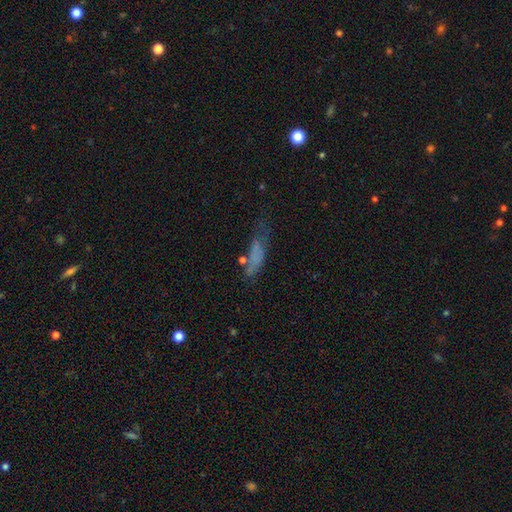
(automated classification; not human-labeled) Smooth or featured? Predicted: smooth (p=0.58). How rounded? Predicted: cigar-shaped (p=0.52). Merging? Predicted: none (p=0.40).